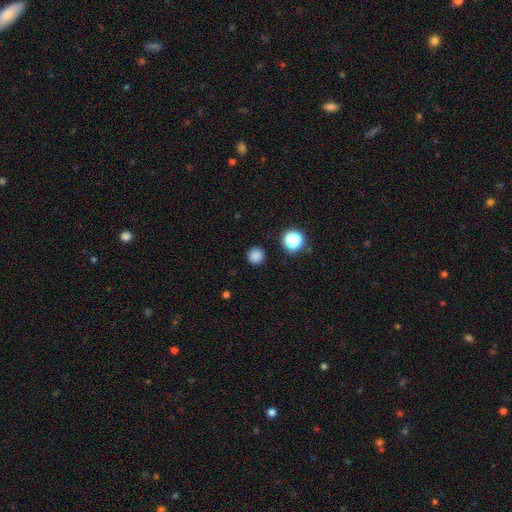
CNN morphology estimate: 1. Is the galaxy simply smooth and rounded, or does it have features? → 82% smooth, 14% star or artifact, 3% featured or disk.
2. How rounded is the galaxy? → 95% round, 4% in between, 1% cigar-shaped.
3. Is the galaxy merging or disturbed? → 91% none, 6% minor disturbance, 2% major disturbance, 2% merger.